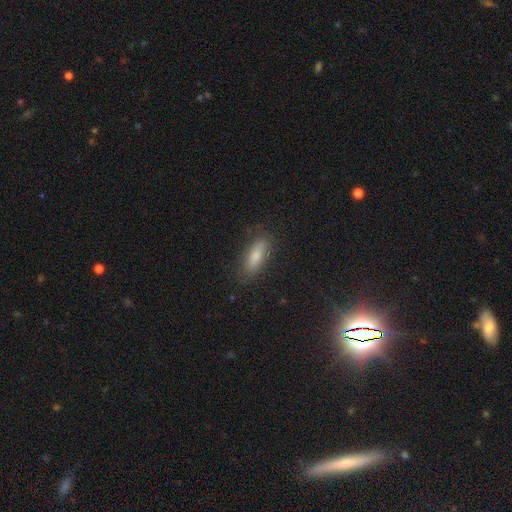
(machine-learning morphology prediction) Q: Smooth or featured?
A: smooth (69%); runner-up: featured or disk (17%)
Q: How rounded?
A: in between (53%); runner-up: cigar-shaped (44%)
Q: Merging?
A: none (84%); runner-up: minor disturbance (12%)